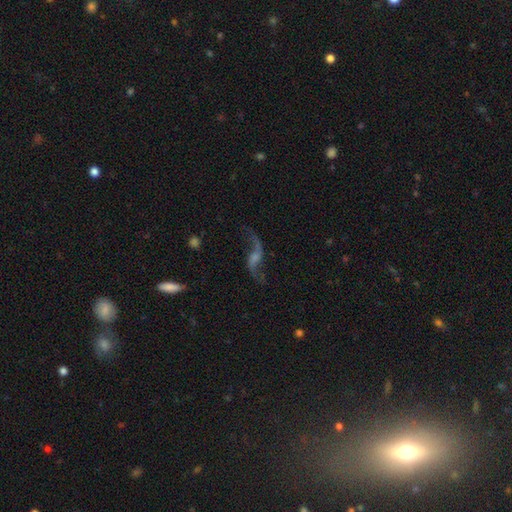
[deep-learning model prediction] Smooth or featured? Predicted: featured or disk (p=0.85). Edge-on disk? Predicted: no (p=0.92). Bar? Predicted: no (p=0.47). Spiral arms? Predicted: yes (p=0.95). Spiral winding? Predicted: loose (p=0.93). Spiral arm count? Predicted: 2 (p=0.93). Bulge size? Predicted: small (p=0.41). Merging? Predicted: none (p=0.73).